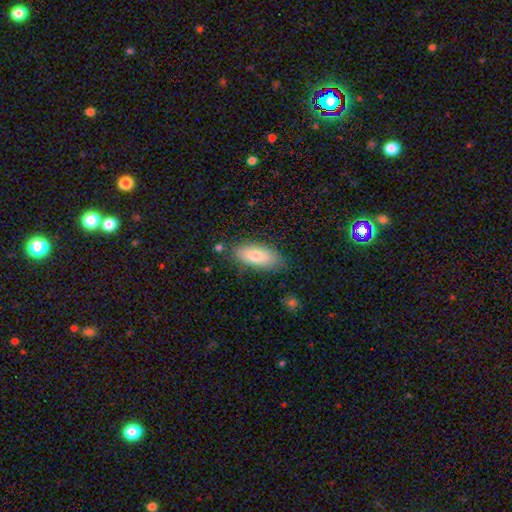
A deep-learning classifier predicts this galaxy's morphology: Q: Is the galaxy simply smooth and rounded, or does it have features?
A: smooth — 80%.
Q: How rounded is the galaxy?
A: in between — 81%.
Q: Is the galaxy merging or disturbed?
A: none — 80%.